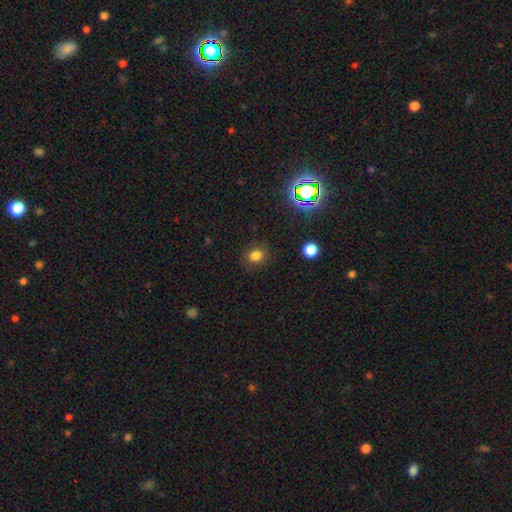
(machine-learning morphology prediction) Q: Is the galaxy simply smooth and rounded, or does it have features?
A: smooth — 79%.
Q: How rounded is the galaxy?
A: round — 59%.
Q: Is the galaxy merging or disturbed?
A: none — 84%.